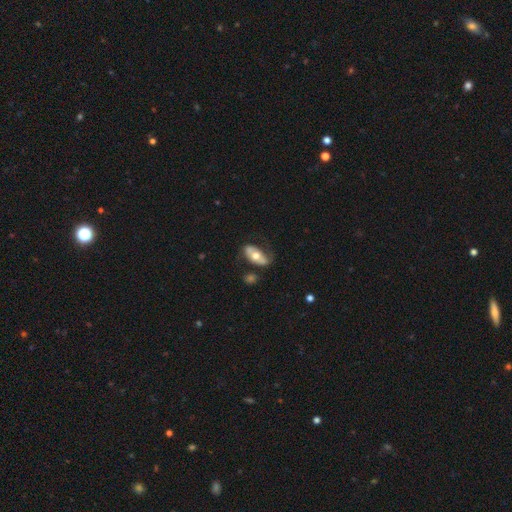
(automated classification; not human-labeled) smooth-or-featured: smooth: 48% | featured or disk: 46% | star or artifact: 6%
  merging: none: 60% | minor disturbance: 25% | major disturbance: 11% | merger: 4%